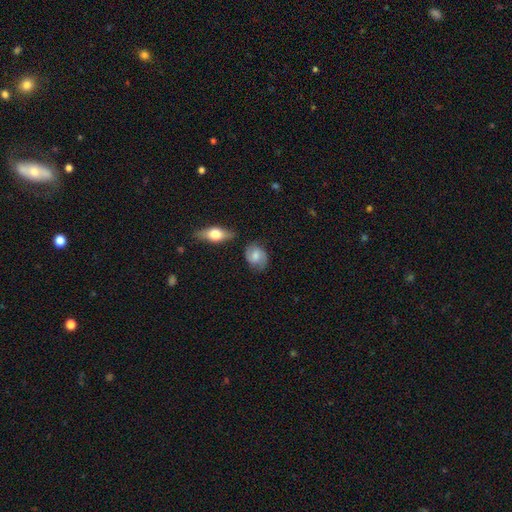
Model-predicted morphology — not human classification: smooth-or-featured: featured or disk: 56% | smooth: 37% | star or artifact: 8%
  disk-edge-on: no: 95% | yes: 5%
    bar: no: 47% | weak: 43% | strong: 9%
    has-spiral-arms: yes: 89% | no: 11%
    bulge-size: moderate: 45% | small: 28% | none: 13% | large: 13% | dominant: 2%
  merging: none: 75% | minor disturbance: 16% | major disturbance: 4% | merger: 4%